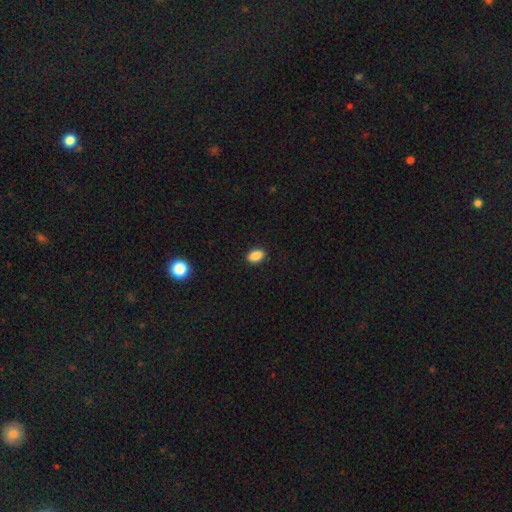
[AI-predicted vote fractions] Q: Smooth or featured?
A: smooth (89%); runner-up: star or artifact (9%)
Q: How rounded?
A: in between (88%); runner-up: round (11%)
Q: Merging?
A: none (90%); runner-up: minor disturbance (7%)